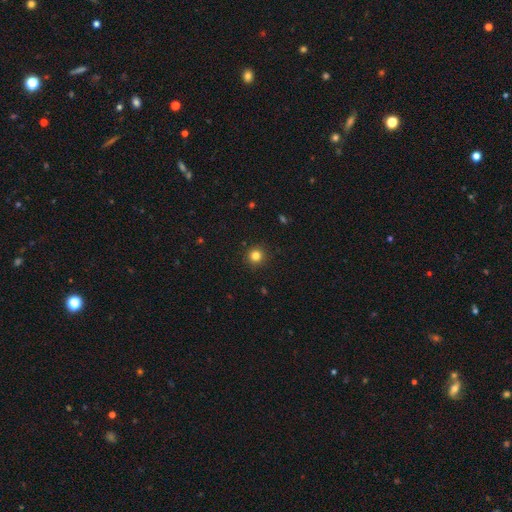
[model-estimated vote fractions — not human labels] Smooth or featured? Predicted: smooth (p=0.82). How rounded? Predicted: round (p=0.94). Merging? Predicted: none (p=0.92).